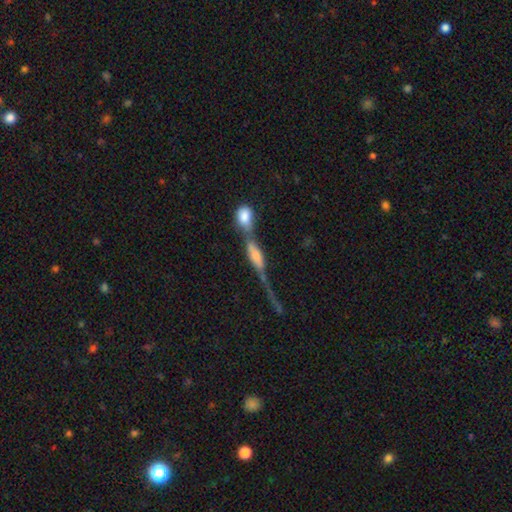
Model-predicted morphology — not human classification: A featured or disk galaxy (52%) viewed edge-on (76%). Merging: merger (55%).